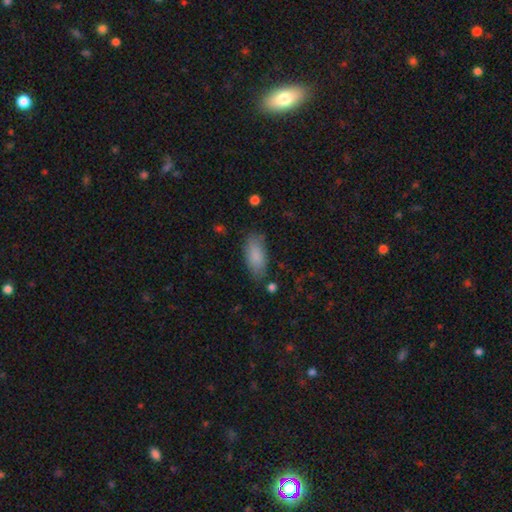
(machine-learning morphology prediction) A smooth galaxy with no disk features (86%) that is in between round and cigar-shaped (87%). Merging: none (77%).